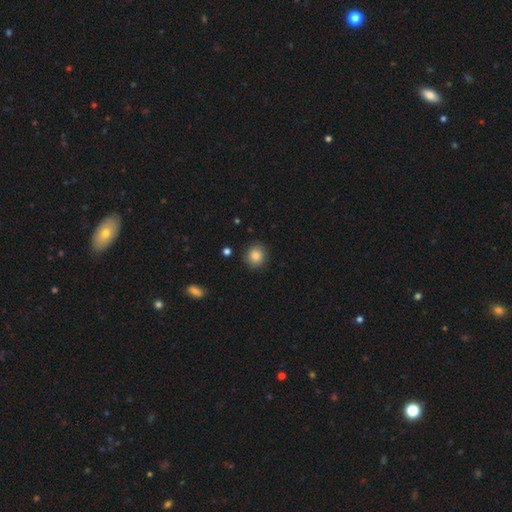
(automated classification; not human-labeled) Smooth or featured?
  - smooth: 85% *
  - star or artifact: 9%
  - featured or disk: 6%
How rounded?
  - round: 80% *
  - in between: 19%
  - cigar-shaped: 1%
Merging?
  - none: 86% *
  - minor disturbance: 10%
  - major disturbance: 3%
  - merger: 1%